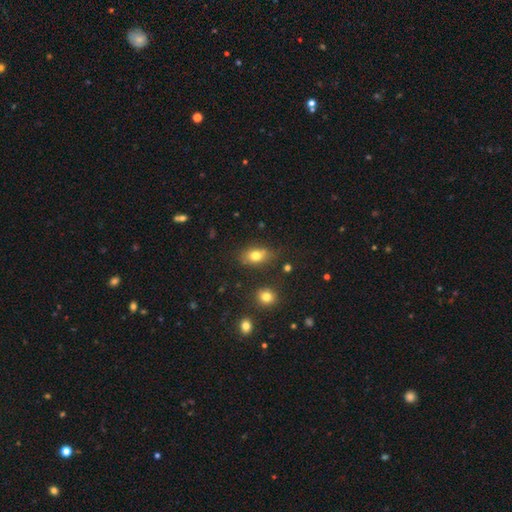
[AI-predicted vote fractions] A smooth galaxy with no disk features (77%) that is in between round and cigar-shaped (78%).

Vote fractions:
- Smooth or featured? smooth: 77% / featured or disk: 12% / star or artifact: 11%
- How rounded? in between: 78% / round: 19% / cigar-shaped: 3%
- Merging? none: 71% / minor disturbance: 17% / merger: 6% / major disturbance: 5%